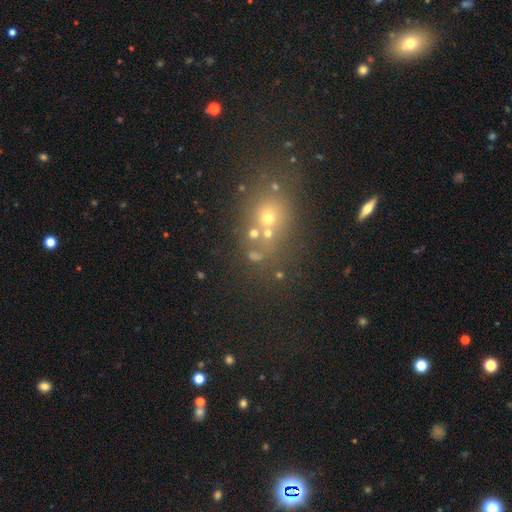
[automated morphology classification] smooth-or-featured: smooth: 45% | star or artifact: 36% | featured or disk: 18%
  merging: none: 55% | merger: 26% | minor disturbance: 12% | major disturbance: 7%